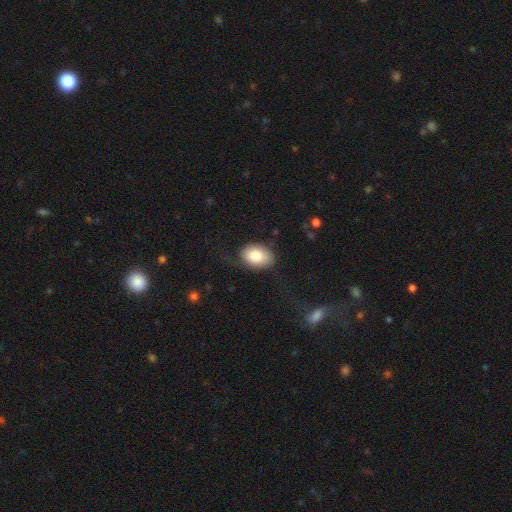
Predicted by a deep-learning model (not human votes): Overall: smooth (80%). How rounded: in between (81%). Merging: none (67%).